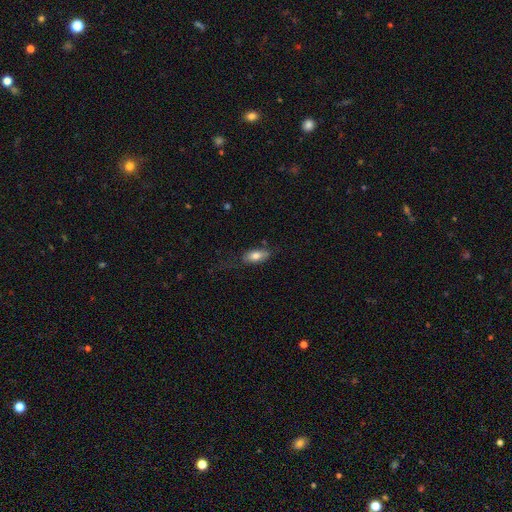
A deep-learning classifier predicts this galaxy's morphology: Q: Smooth or featured?
A: smooth (77%); runner-up: featured or disk (16%)
Q: How rounded?
A: in between (85%); runner-up: cigar-shaped (12%)
Q: Merging?
A: none (62%); runner-up: minor disturbance (25%)